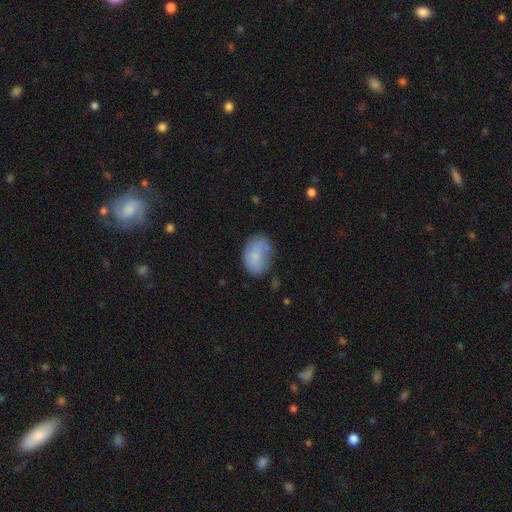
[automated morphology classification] smooth 71%, featured or disk 22%, star or artifact 8%. Down the decision tree: how rounded — in between (81%); merging — none (58%).